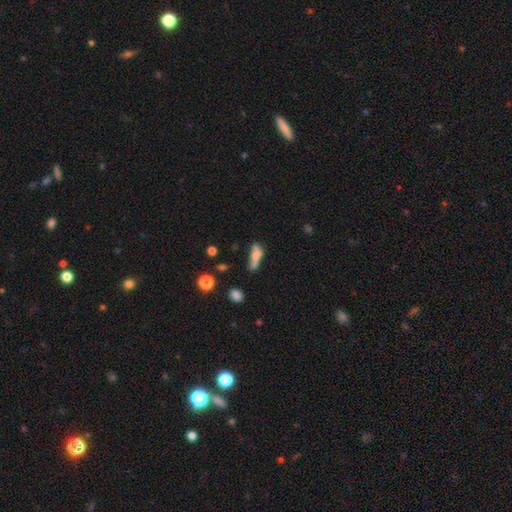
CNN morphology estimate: Smooth or featured? Predicted: smooth (p=0.58). How rounded? Predicted: cigar-shaped (p=0.48). Merging? Predicted: none (p=0.32).